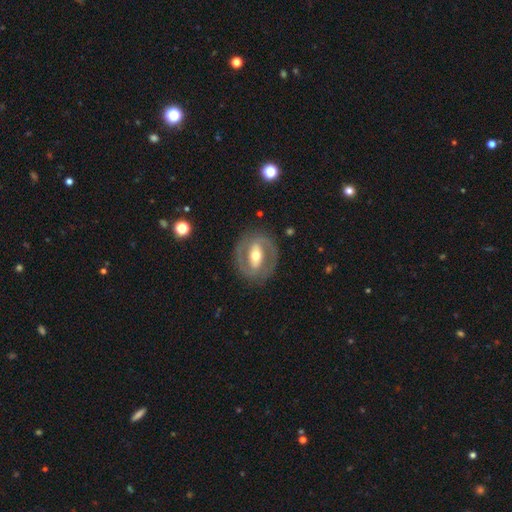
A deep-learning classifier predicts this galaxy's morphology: featured or disk 80%, smooth 16%, star or artifact 5%. Down the decision tree: edge-on disk — no (95%); bar — strong (55%); spiral arms — yes (73%); spiral arm count — 2 (86%); spiral winding — medium (44%); bulge size — moderate (71%); merging — none (83%).